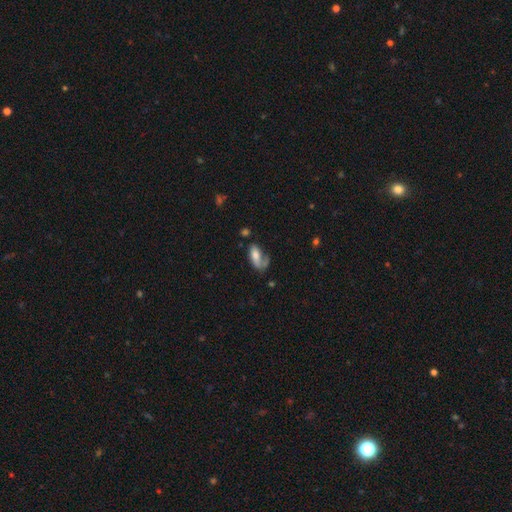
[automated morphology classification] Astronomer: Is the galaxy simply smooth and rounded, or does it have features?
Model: smooth — 58% (runner-up: featured or disk, 34%).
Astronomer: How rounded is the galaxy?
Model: in between — 82%.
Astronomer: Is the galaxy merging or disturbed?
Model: none — 35% (runner-up: major disturbance, 30%).